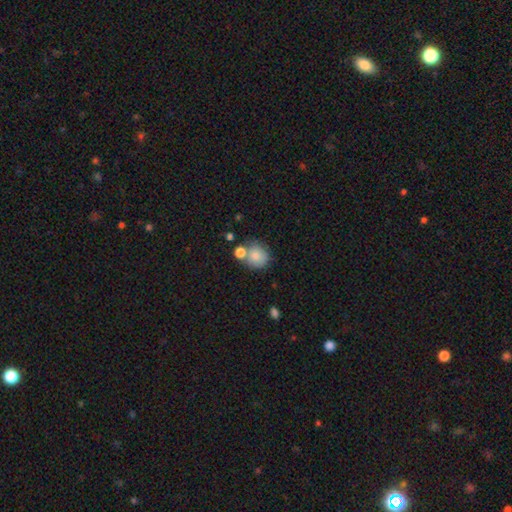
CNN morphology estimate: Smooth or featured? Predicted: smooth (p=0.80). How rounded? Predicted: round (p=0.84). Merging? Predicted: none (p=0.53).